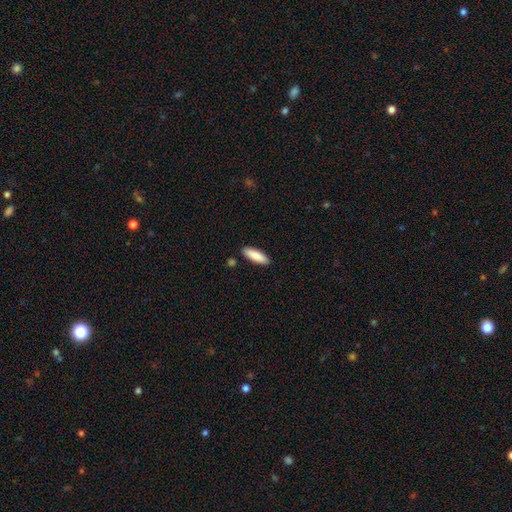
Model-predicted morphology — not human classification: This appears to be a smooth galaxy with no disk features (84%) that is in between round and cigar-shaped (52%). Merging: none (88%).